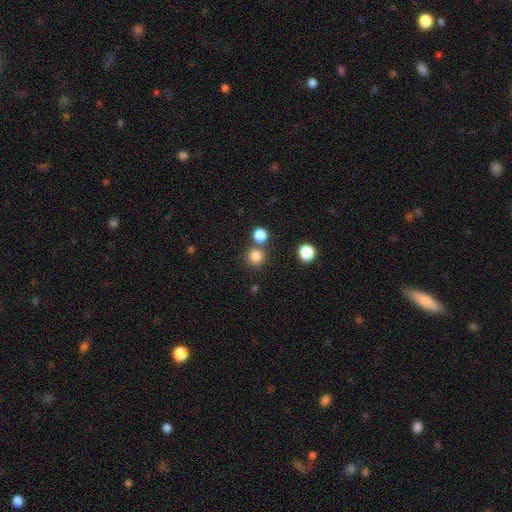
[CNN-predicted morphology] smooth_or_featured: smooth (p=0.82) [alt: star or artifact p=0.13]
how_rounded: round (p=0.93) [alt: in between p=0.06]
merging: none (p=0.75) [alt: merger p=0.16]